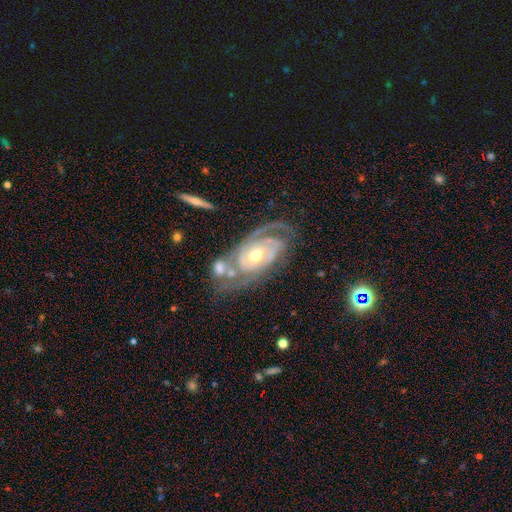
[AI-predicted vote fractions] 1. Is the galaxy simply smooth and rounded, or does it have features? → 91% featured or disk, 5% star or artifact, 5% smooth.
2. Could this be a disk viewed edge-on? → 96% no, 4% yes.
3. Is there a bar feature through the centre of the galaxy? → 65% no, 24% weak, 11% strong.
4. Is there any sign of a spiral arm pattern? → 98% yes, 2% no.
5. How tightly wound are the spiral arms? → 73% tight, 23% medium, 4% loose.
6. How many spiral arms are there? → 54% 2, 20% 3, 14% can't tell, 5% 4, 4% 1, 4% more than 4.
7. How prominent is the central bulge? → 63% moderate, 31% small, 4% large, 1% none, 1% dominant.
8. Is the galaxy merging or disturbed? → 60% none, 18% minor disturbance, 12% merger, 9% major disturbance.